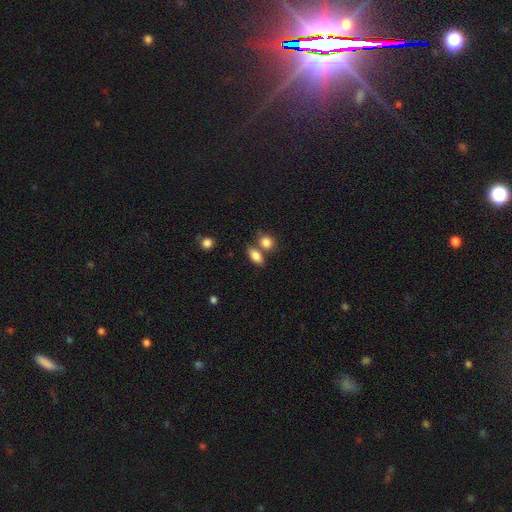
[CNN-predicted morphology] smooth_or_featured: smooth (p=0.84) [alt: star or artifact p=0.08]
how_rounded: in between (p=0.83) [alt: round p=0.12]
merging: none (p=0.54) [alt: merger p=0.30]